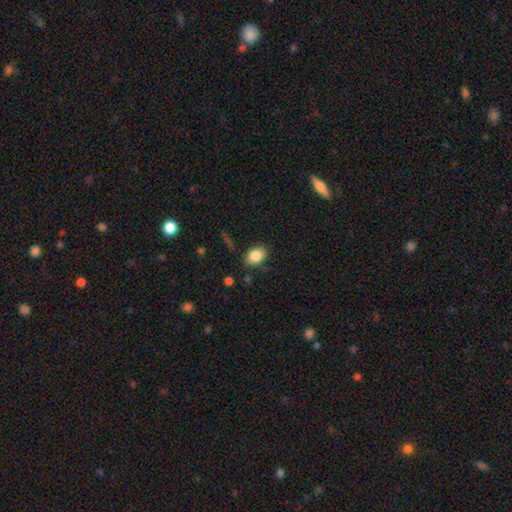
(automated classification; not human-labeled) smooth 85%, star or artifact 8%, featured or disk 7%. Down the decision tree: how rounded — in between (80%); merging — none (81%).